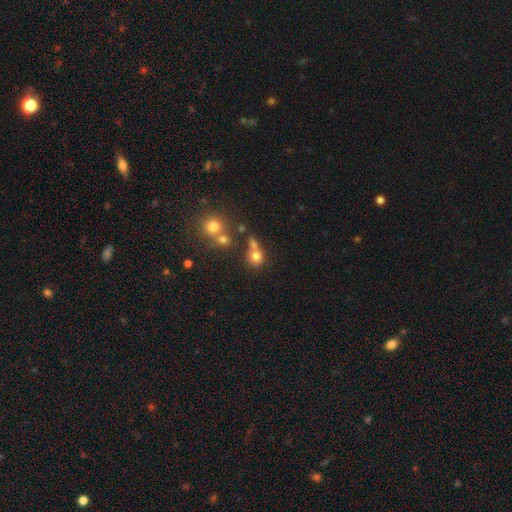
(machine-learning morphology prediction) Smooth or featured? smooth (74%)
How rounded? round (79%)
Merging? none (47%)